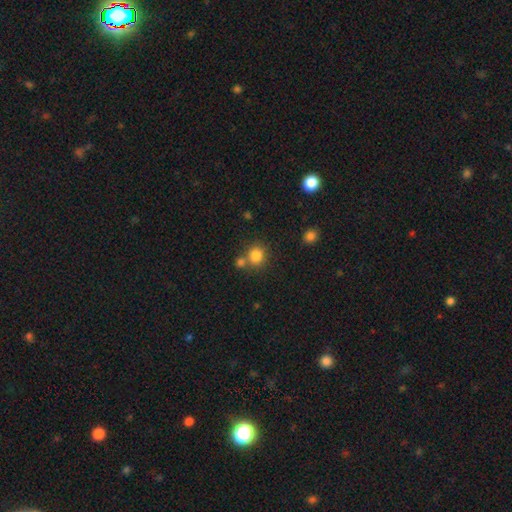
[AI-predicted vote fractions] smooth_or_featured: smooth (p=0.83) [alt: star or artifact p=0.11]
how_rounded: round (p=0.85) [alt: in between p=0.14]
merging: none (p=0.63) [alt: merger p=0.24]